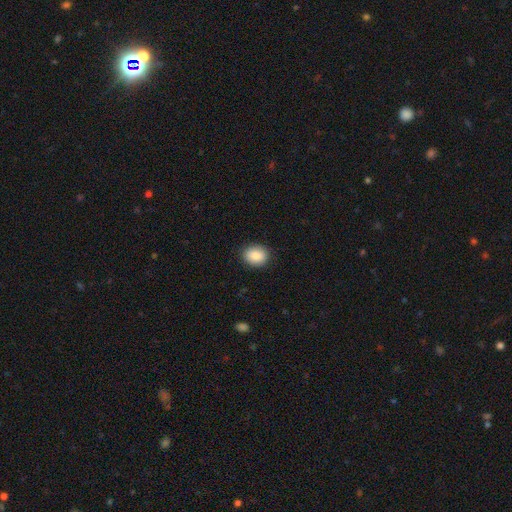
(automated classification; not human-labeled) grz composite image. It shows a smooth galaxy with no disk features (87%) that is round (57%). Merging: none (89%).